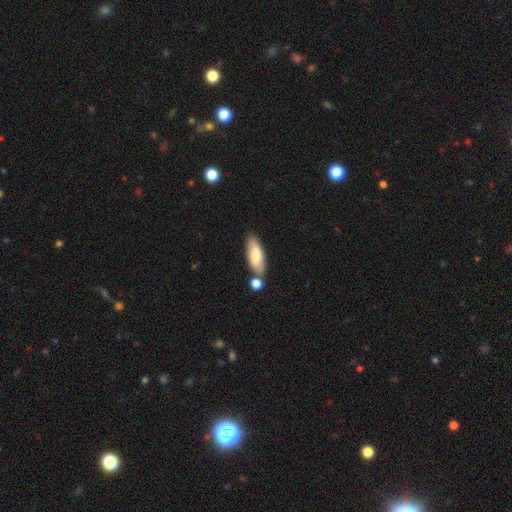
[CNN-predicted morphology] Smooth or featured? Predicted: smooth (p=0.75). How rounded? Predicted: in between (p=0.69). Merging? Predicted: none (p=0.59).